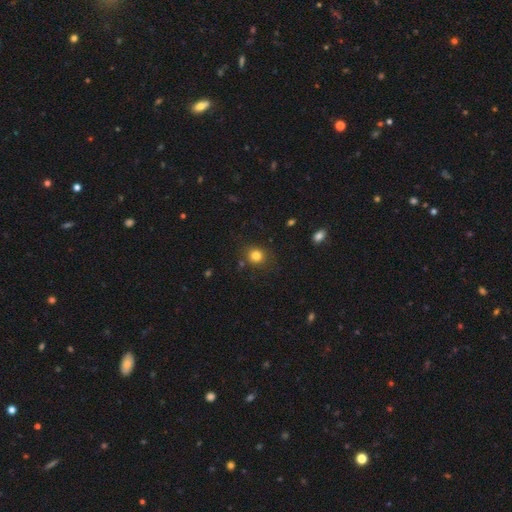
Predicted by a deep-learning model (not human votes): smooth-or-featured: smooth: 81% | star or artifact: 13% | featured or disk: 6%
  how-rounded: round: 80% | in between: 19% | cigar-shaped: 1%
  merging: none: 81% | minor disturbance: 12% | major disturbance: 4% | merger: 3%